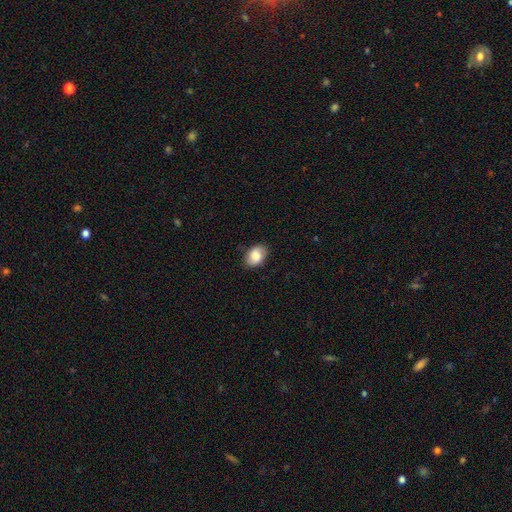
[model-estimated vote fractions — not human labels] Smooth or featured?
  - smooth: 81% *
  - featured or disk: 12%
  - star or artifact: 7%
How rounded?
  - in between: 85% *
  - round: 14%
  - cigar-shaped: 1%
Merging?
  - none: 82% *
  - minor disturbance: 14%
  - major disturbance: 3%
  - merger: 1%